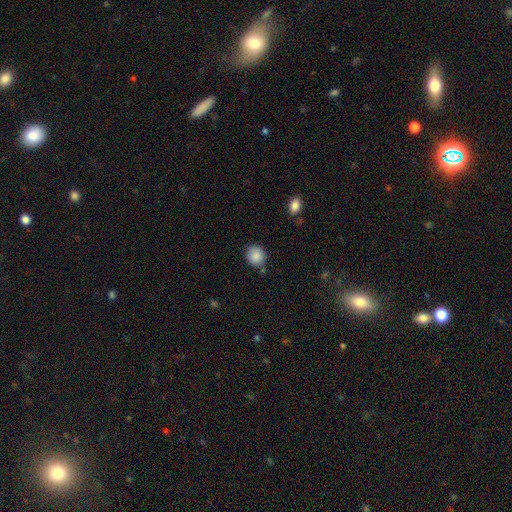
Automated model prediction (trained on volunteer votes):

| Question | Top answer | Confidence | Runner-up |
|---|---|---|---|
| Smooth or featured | smooth | 88% | star or artifact (8%) |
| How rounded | round | 82% | in between (17%) |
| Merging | none | 80% | minor disturbance (13%) |